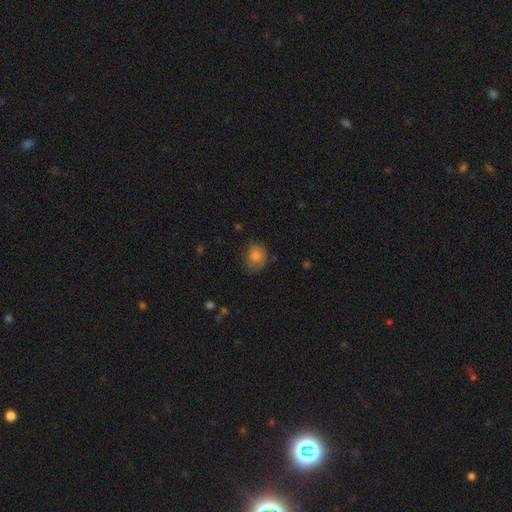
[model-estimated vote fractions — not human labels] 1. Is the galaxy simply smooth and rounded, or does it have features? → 81% smooth, 10% star or artifact, 9% featured or disk.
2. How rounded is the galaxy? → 62% round, 37% in between, 1% cigar-shaped.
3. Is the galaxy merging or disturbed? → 69% none, 23% minor disturbance, 5% major disturbance, 2% merger.